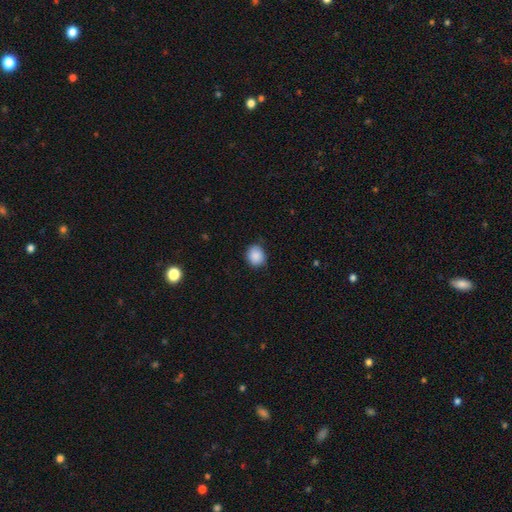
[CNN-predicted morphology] This is clearly a smooth galaxy (88%). How rounded: likely round (76%). Merging: clearly none (80%).